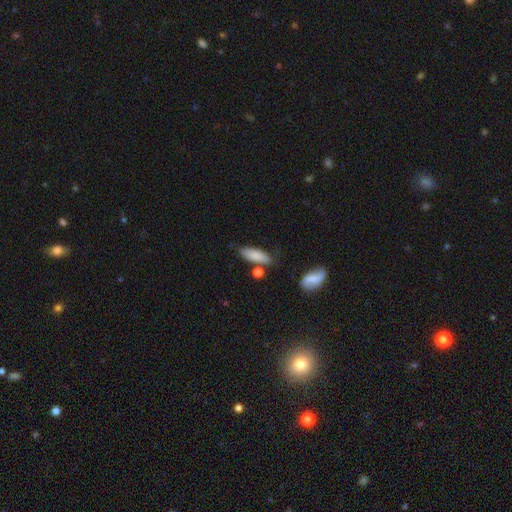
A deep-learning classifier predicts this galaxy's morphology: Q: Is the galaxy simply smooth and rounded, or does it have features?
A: smooth — 80%.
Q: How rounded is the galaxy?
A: in between — 65%.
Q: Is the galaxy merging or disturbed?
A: none — 71%.